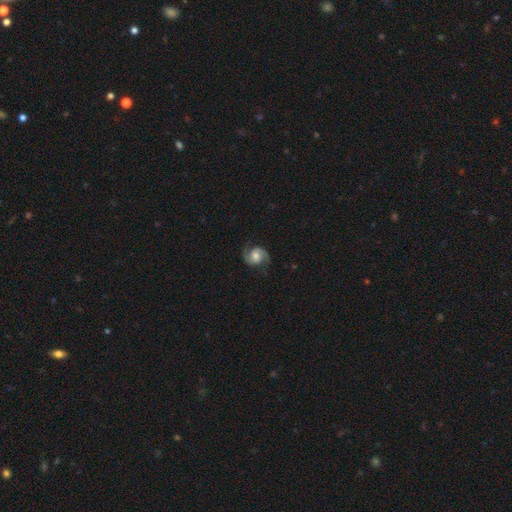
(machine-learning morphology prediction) featured or disk 85%, smooth 9%, star or artifact 6%. Down the decision tree: edge-on disk — no (98%); bar — no (61%); spiral arms — yes (97%); spiral arm count — 2 (93%); spiral winding — medium (55%); bulge size — moderate (60%); merging — none (81%).